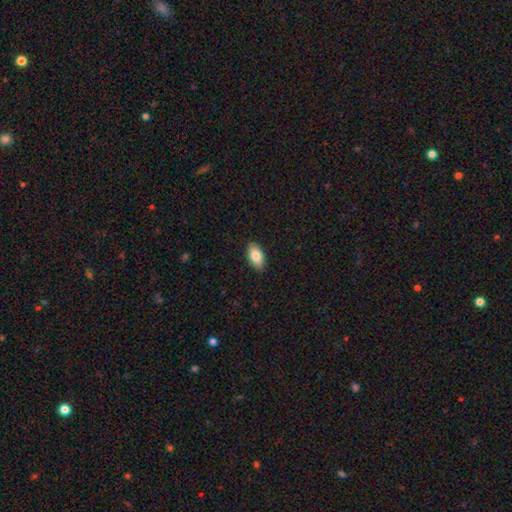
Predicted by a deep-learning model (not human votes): Smooth or featured?
  - smooth: 82% *
  - featured or disk: 11%
  - star or artifact: 7%
How rounded?
  - in between: 92% *
  - cigar-shaped: 4%
  - round: 4%
Merging?
  - none: 88% *
  - minor disturbance: 9%
  - major disturbance: 2%
  - merger: 1%